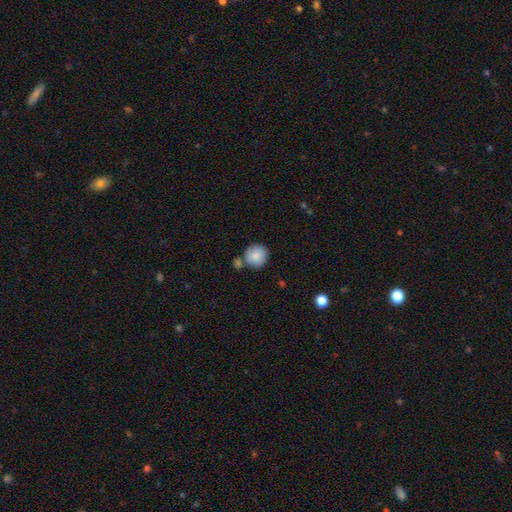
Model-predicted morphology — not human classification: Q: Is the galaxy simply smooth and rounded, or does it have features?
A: smooth — 87%.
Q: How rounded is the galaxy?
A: round — 91%.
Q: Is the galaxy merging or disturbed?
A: none — 68%.